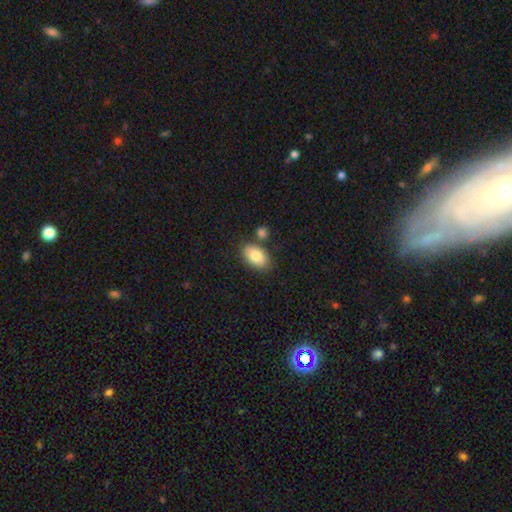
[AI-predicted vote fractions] This is clearly a smooth galaxy (83%). How rounded: clearly in between (90%). Merging: likely none (72%).